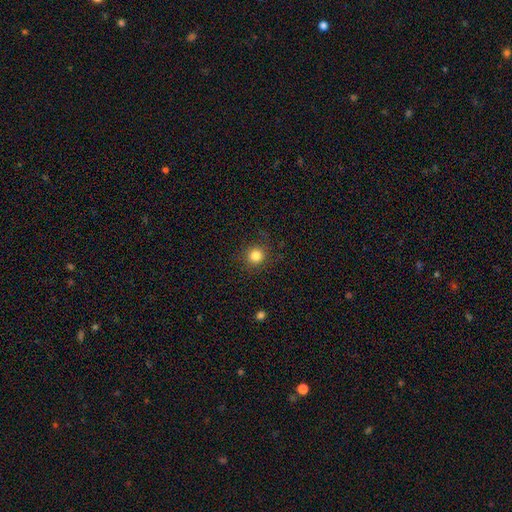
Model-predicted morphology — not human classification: smooth-or-featured: smooth: 83% | star or artifact: 12% | featured or disk: 5%
  how-rounded: round: 92% | in between: 7% | cigar-shaped: 1%
  merging: none: 85% | minor disturbance: 10% | major disturbance: 4% | merger: 1%